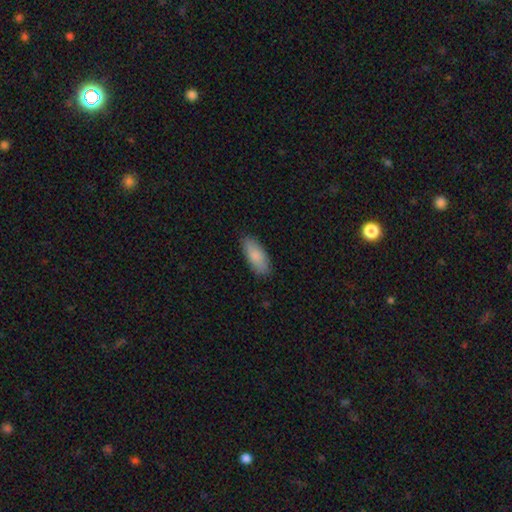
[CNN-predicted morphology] A smooth galaxy with no disk features (85%) that is in between round and cigar-shaped (80%).

Vote fractions:
- Smooth or featured? smooth: 85% / featured or disk: 9% / star or artifact: 6%
- How rounded? in between: 80% / cigar-shaped: 18% / round: 2%
- Merging? none: 86% / minor disturbance: 11% / major disturbance: 2% / merger: 1%